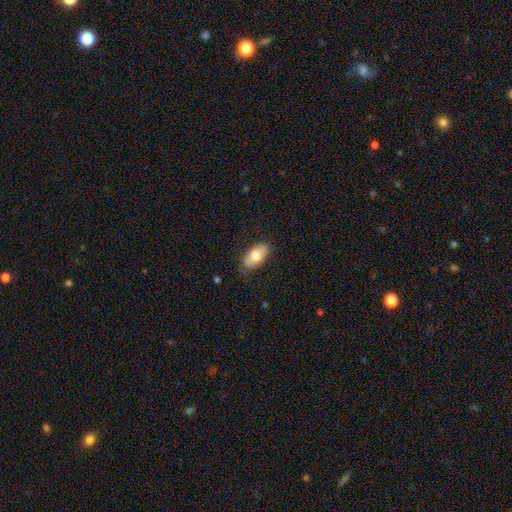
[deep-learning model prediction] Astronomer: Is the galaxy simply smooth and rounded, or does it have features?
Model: smooth — 71%.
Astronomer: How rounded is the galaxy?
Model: in between — 93%.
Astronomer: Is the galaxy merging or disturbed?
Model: none — 77%.